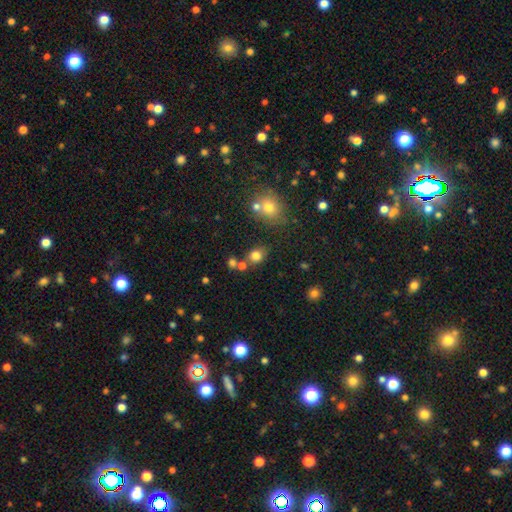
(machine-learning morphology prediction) Smooth or featured? smooth (78%)
How rounded? round (60%)
Merging? none (65%)